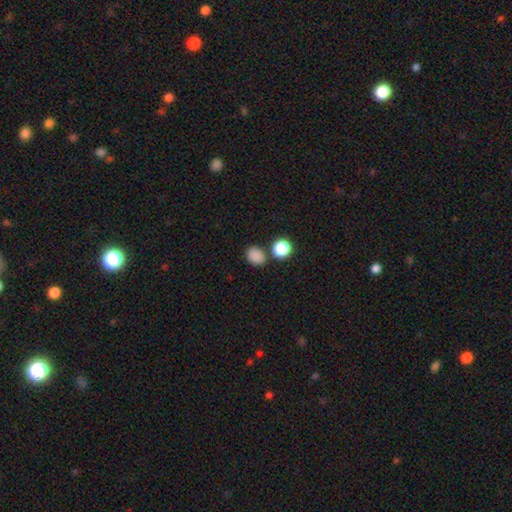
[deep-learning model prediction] Morphology: type=smooth (84%); roundness=round (51%); merging=none (76%).